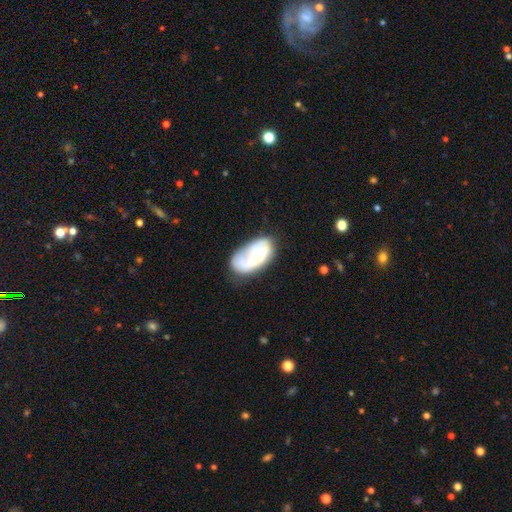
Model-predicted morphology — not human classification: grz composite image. It shows a featured or disk galaxy (53%) with no bar (77%), spiral arms (54%) and a small central bulge (49%). Merging: none (50%).